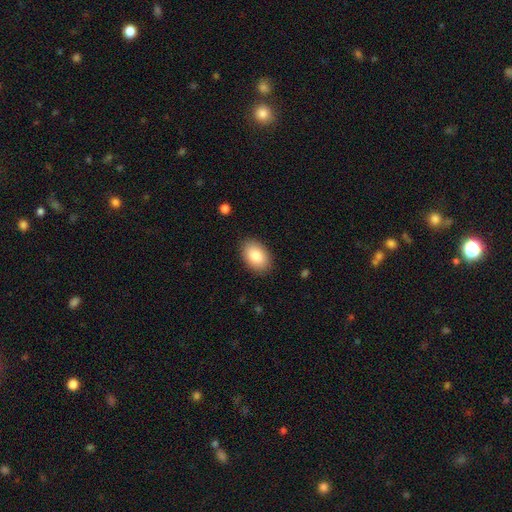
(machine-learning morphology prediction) Smooth or featured?
  - smooth: 85% *
  - featured or disk: 9%
  - star or artifact: 7%
How rounded?
  - in between: 89% *
  - round: 10%
  - cigar-shaped: 1%
Merging?
  - none: 88% *
  - minor disturbance: 9%
  - major disturbance: 2%
  - merger: 1%